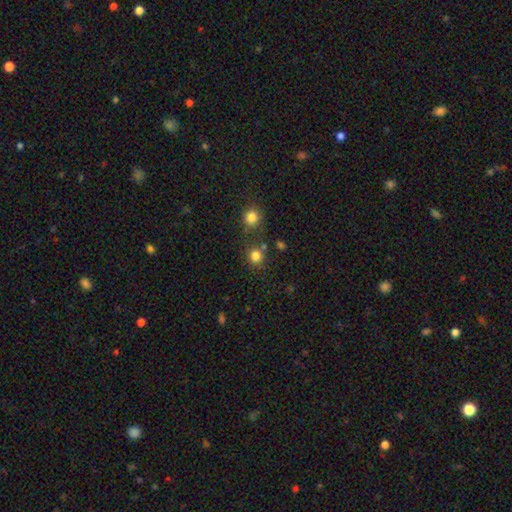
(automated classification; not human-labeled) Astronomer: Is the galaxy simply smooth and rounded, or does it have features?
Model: smooth — 81%.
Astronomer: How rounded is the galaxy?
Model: round — 90%.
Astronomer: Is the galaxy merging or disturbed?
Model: none — 72%.